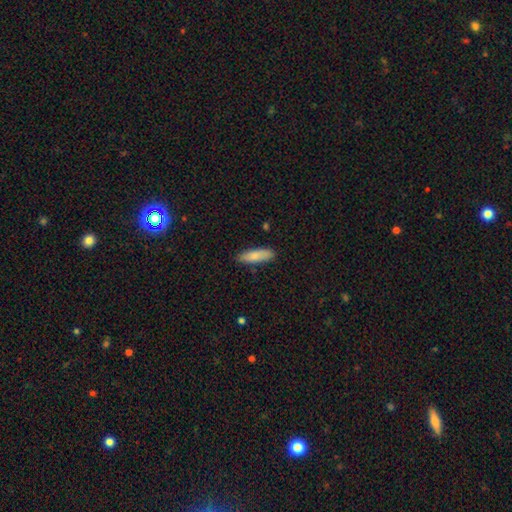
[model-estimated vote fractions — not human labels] This is clearly a smooth galaxy (85%). How rounded: possibly cigar-shaped (52%). Merging: clearly none (85%).